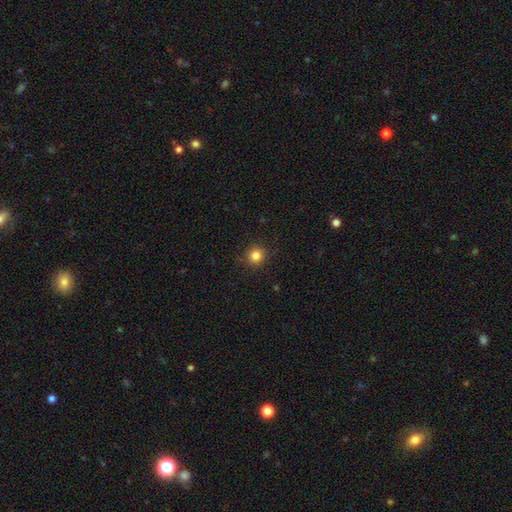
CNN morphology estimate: Smooth or featured? Predicted: smooth (p=0.83). How rounded? Predicted: round (p=0.93). Merging? Predicted: none (p=0.90).